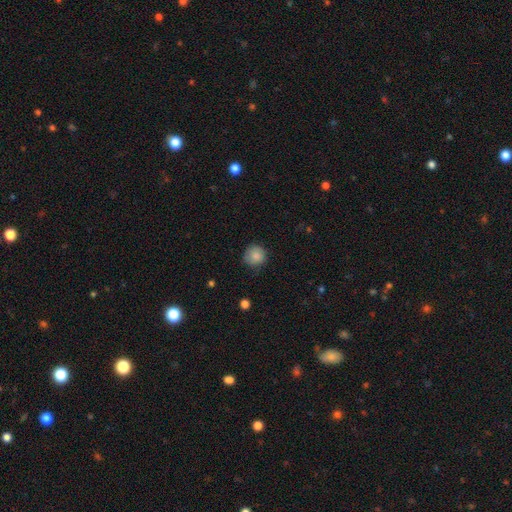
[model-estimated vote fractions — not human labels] Smooth or featured? Predicted: smooth (p=0.85). How rounded? Predicted: round (p=0.91). Merging? Predicted: none (p=0.75).